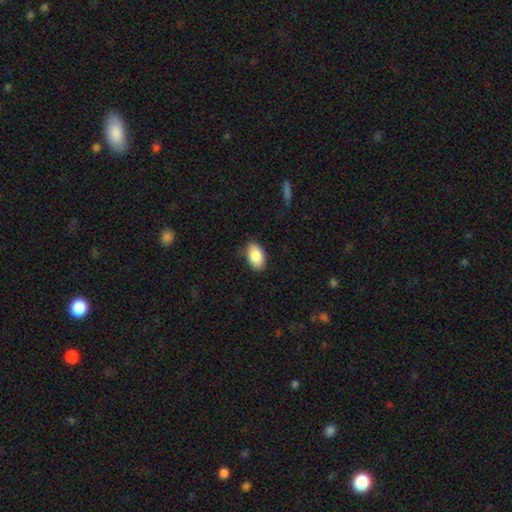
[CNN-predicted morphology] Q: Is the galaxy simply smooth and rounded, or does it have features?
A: smooth — 86%.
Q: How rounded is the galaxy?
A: in between — 92%.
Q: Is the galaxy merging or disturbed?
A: none — 83%.